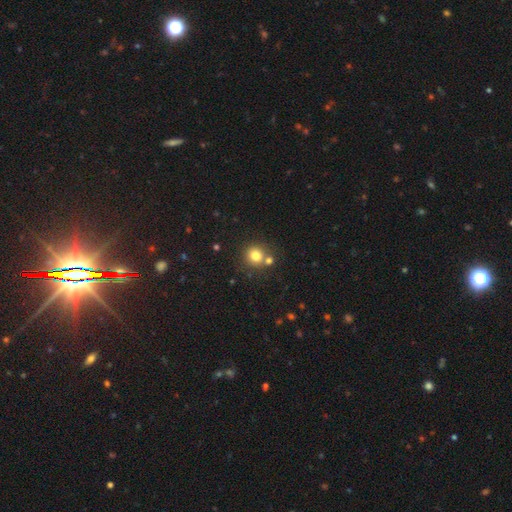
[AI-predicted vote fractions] Smooth or featured? Predicted: smooth (p=0.78). How rounded? Predicted: round (p=0.90). Merging? Predicted: none (p=0.68).